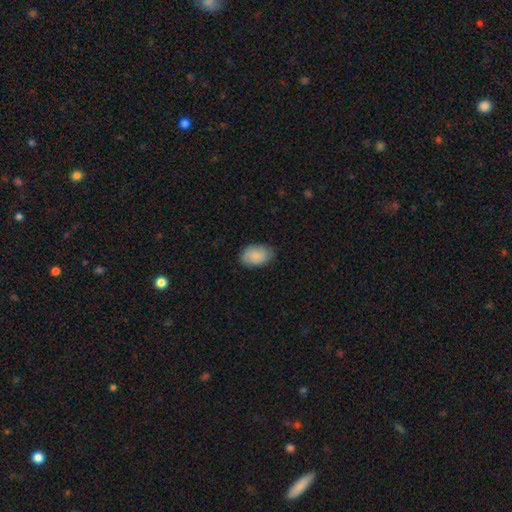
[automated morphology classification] Smooth or featured?
  - smooth: 83% *
  - featured or disk: 11%
  - star or artifact: 6%
How rounded?
  - in between: 90% *
  - round: 9%
  - cigar-shaped: 1%
Merging?
  - none: 80% *
  - minor disturbance: 16%
  - major disturbance: 3%
  - merger: 1%